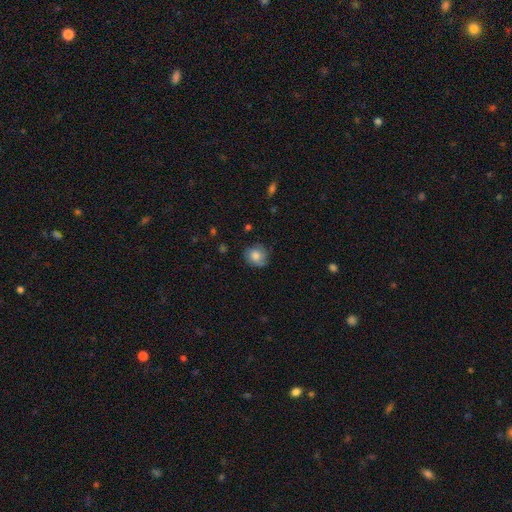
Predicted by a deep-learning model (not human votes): Smooth or featured? Predicted: smooth (p=0.77). How rounded? Predicted: round (p=0.82). Merging? Predicted: none (p=0.73).